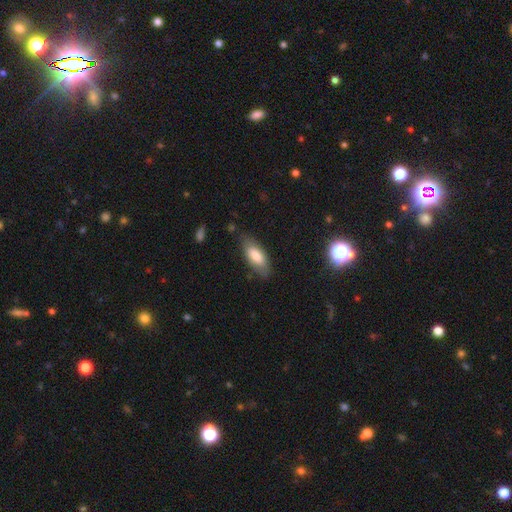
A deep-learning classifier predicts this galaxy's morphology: Q: Smooth or featured?
A: smooth (77%); runner-up: featured or disk (16%)
Q: How rounded?
A: in between (82%); runner-up: cigar-shaped (16%)
Q: Merging?
A: none (74%); runner-up: minor disturbance (19%)